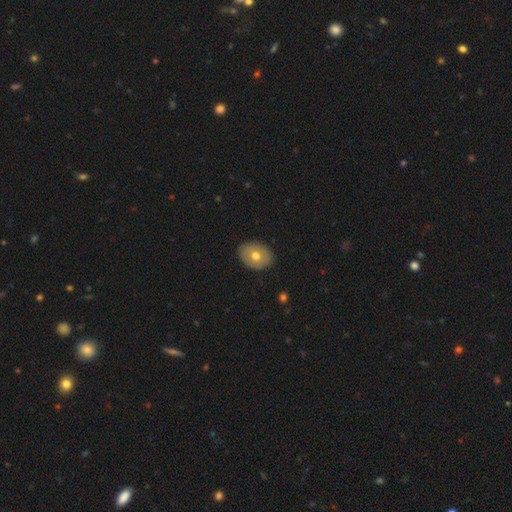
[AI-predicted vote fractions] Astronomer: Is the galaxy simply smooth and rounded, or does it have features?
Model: smooth — 62%.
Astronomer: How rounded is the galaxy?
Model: in between — 69%.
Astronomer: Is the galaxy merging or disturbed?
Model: none — 87%.